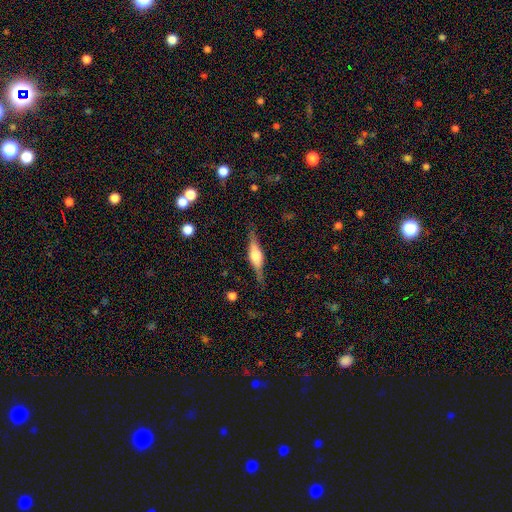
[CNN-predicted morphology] Overall: featured or disk (70%). Edge-on disk: yes (96%). Edge-on bulge: rounded (82%). Merging: none (83%).